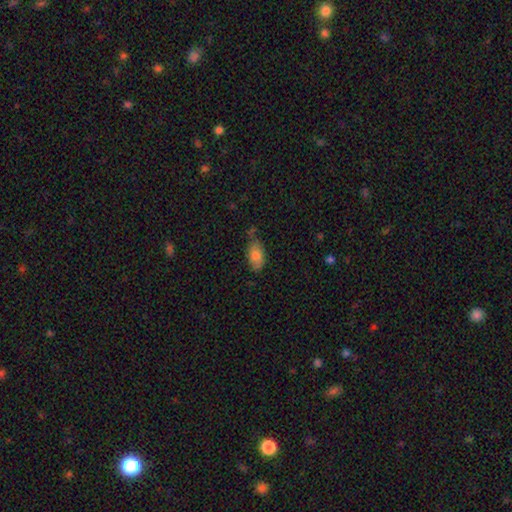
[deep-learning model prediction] Smooth or featured: smooth — 79% (featured or disk — 14%)
How rounded: in between — 91% (cigar-shaped — 5%)
Merging: none — 62% (minor disturbance — 26%)